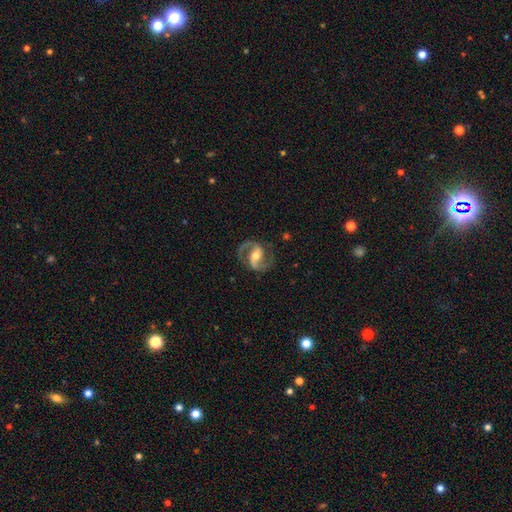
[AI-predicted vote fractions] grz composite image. It shows a featured or disk galaxy (91%) with a strong bar (42%), 2 (94%) medium (63%) spiral arms (97%) and a moderate central bulge (64%). Merging: none (83%).